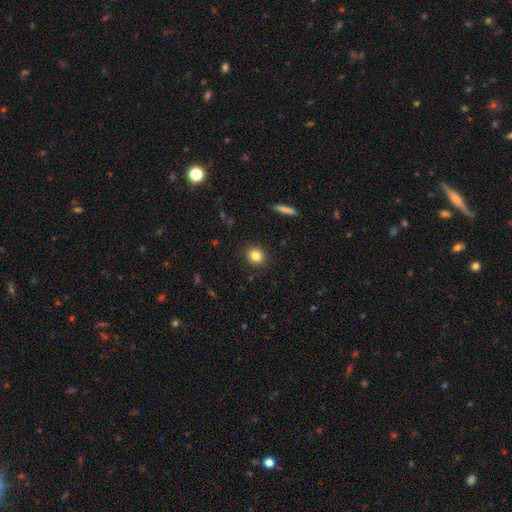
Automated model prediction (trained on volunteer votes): smooth 82%, star or artifact 11%, featured or disk 7%. Down the decision tree: how rounded — round (82%); merging — none (91%).